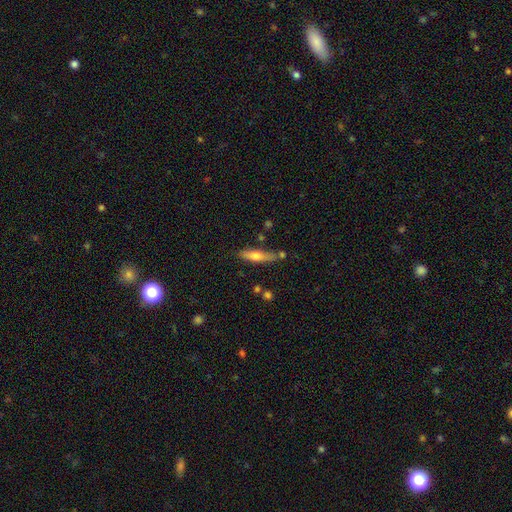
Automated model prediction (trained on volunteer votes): This appears to be a smooth galaxy with no disk features (60%) that is cigar-shaped (73%). Merging: none (68%).